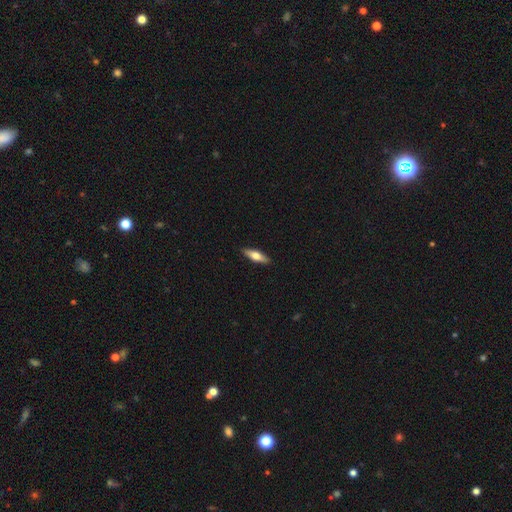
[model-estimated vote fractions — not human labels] smooth_or_featured: smooth (p=0.54) [alt: featured or disk p=0.41]
how_rounded: cigar-shaped (p=0.56) [alt: in between p=0.42]
merging: none (p=0.90) [alt: minor disturbance p=0.07]